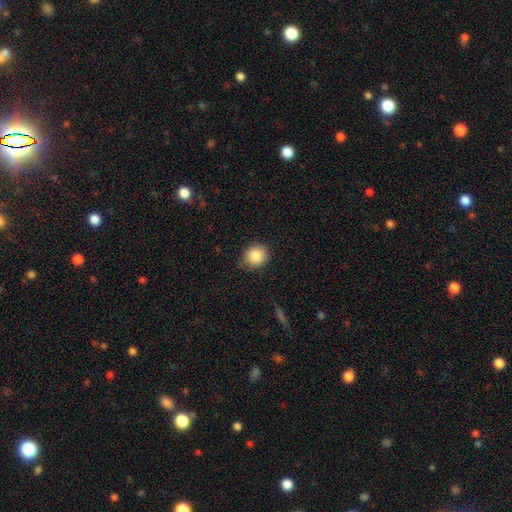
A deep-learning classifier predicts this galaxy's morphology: smooth-or-featured: smooth: 87% | star or artifact: 9% | featured or disk: 5%
  how-rounded: round: 80% | in between: 19% | cigar-shaped: 1%
  merging: none: 85% | minor disturbance: 11% | major disturbance: 2% | merger: 1%